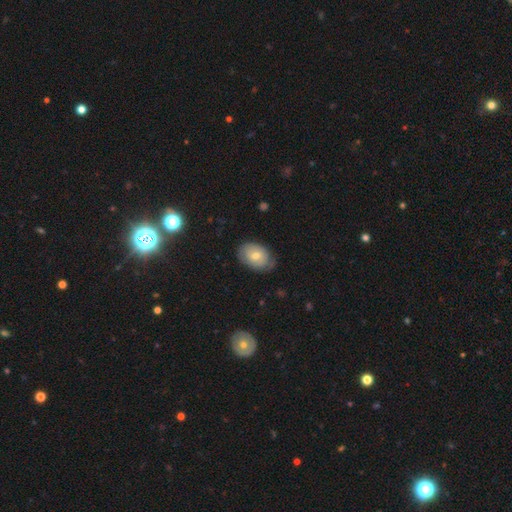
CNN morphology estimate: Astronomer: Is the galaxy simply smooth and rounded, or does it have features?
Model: smooth — 60%.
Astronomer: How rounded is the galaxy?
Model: in between — 81%.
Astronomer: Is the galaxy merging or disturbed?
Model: none — 71%.